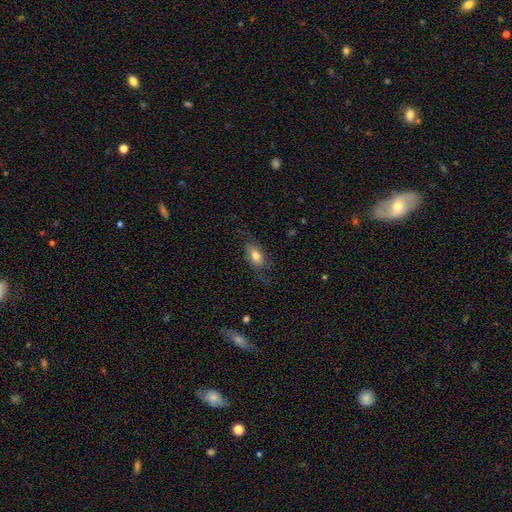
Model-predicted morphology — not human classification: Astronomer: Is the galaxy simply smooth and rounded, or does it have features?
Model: smooth — 69%.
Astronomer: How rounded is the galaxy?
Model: in between — 86%.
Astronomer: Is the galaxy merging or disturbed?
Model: none — 65%.